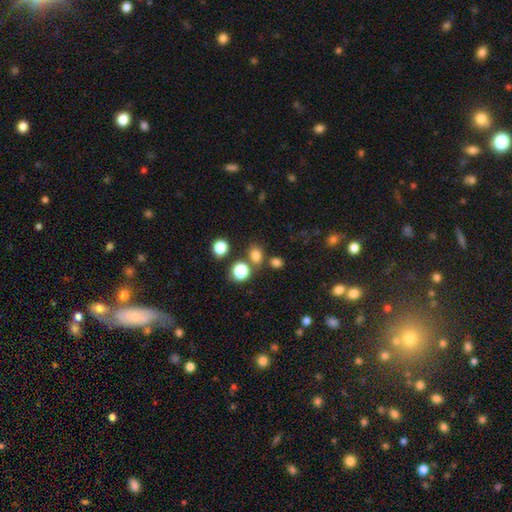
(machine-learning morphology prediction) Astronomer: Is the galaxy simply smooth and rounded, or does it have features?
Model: smooth — 76%.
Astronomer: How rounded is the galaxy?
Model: round — 55% (runner-up: in between, 44%).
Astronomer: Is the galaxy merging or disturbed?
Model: none — 72%.